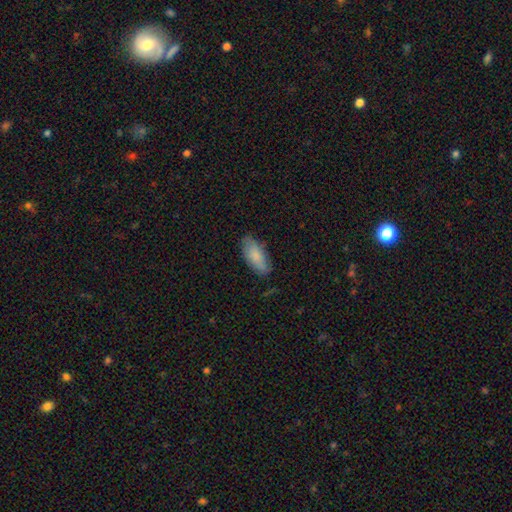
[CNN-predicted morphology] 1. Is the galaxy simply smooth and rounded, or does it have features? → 82% smooth, 12% featured or disk, 6% star or artifact.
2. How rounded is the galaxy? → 84% in between, 14% cigar-shaped, 2% round.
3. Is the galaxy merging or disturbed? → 78% none, 18% minor disturbance, 3% major disturbance, 1% merger.